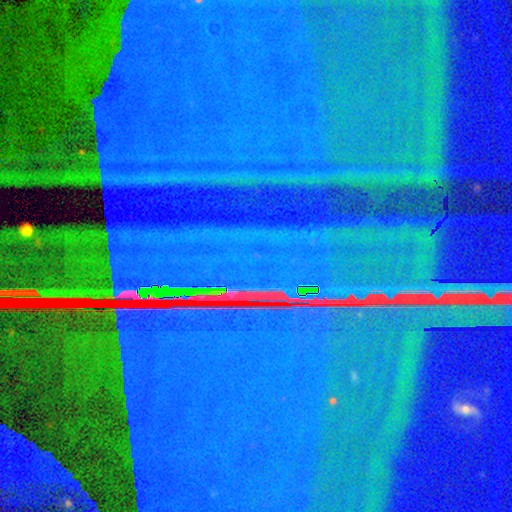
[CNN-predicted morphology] This is clearly a star or artifact rather than a galaxy (87%).